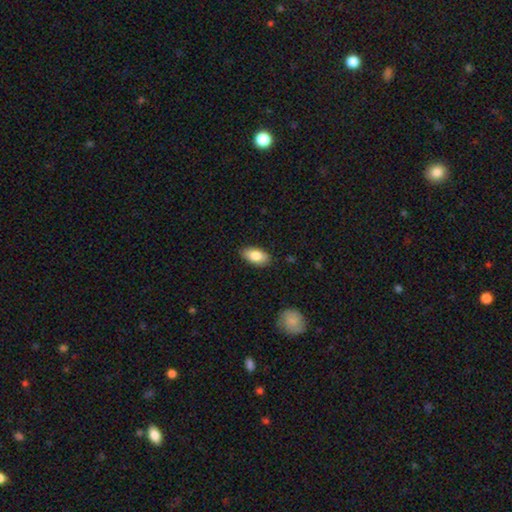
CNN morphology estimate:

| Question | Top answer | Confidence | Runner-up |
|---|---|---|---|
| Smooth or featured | smooth | 84% | featured or disk (10%) |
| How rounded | in between | 93% | round (4%) |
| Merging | none | 86% | minor disturbance (11%) |